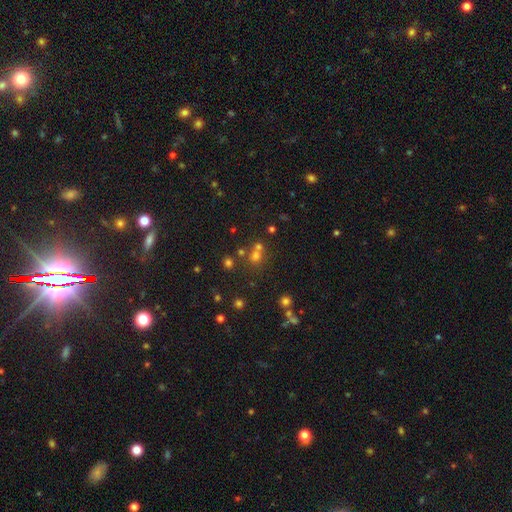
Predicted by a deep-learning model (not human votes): Smooth or featured?
  - smooth: 57% *
  - star or artifact: 30%
  - featured or disk: 13%
How rounded?
  - round: 82% *
  - in between: 17%
  - cigar-shaped: 1%
Merging?
  - none: 54% *
  - merger: 34%
  - minor disturbance: 8%
  - major disturbance: 4%